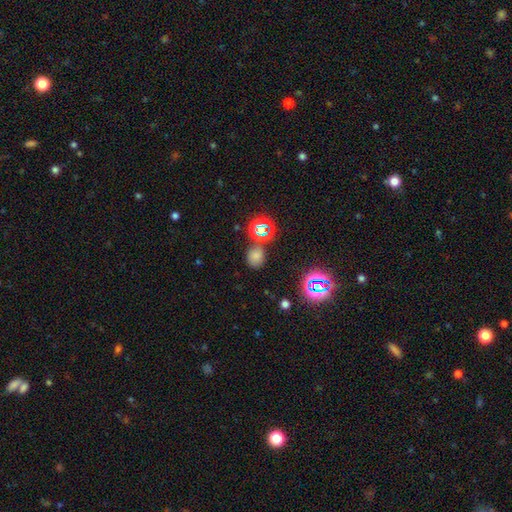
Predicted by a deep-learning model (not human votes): This appears to be a smooth galaxy with no disk features (66%) that is round (65%). Merging: none (72%).